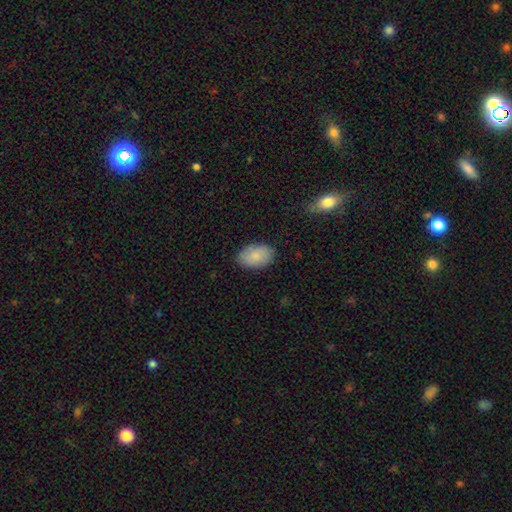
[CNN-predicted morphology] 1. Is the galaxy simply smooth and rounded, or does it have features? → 83% smooth, 11% featured or disk, 6% star or artifact.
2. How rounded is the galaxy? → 90% in between, 9% round, 1% cigar-shaped.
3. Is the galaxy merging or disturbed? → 85% none, 12% minor disturbance, 2% major disturbance, 1% merger.